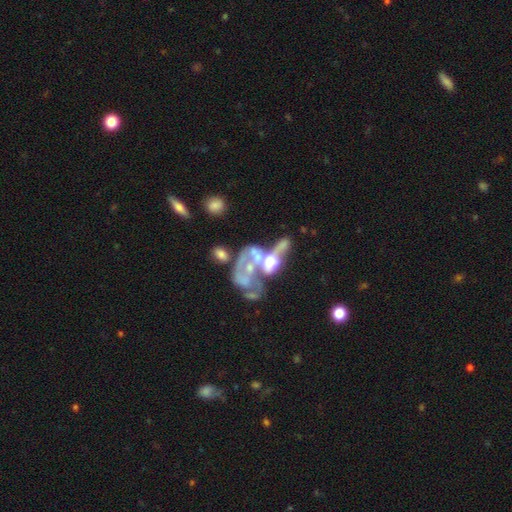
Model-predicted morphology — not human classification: Smooth or featured: featured or disk — 65% (smooth — 22%)
Edge-on disk: no — 94% (yes — 6%)
Bar: no — 85% (weak — 10%)
Spiral arms: no — 82% (yes — 18%)
Bulge size: moderate — 35% (none — 31%)
Merging: merger — 60% (major disturbance — 24%)